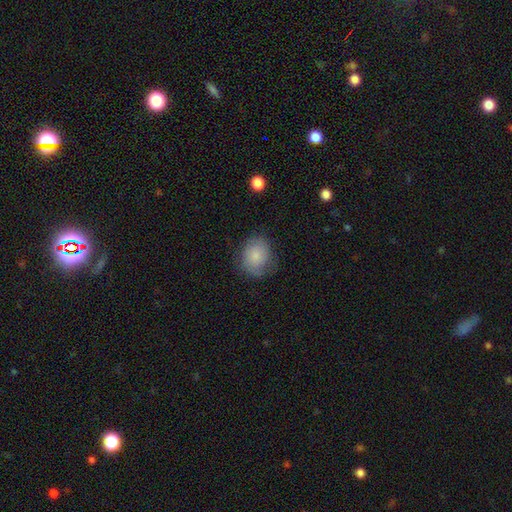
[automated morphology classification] smooth_or_featured: smooth (p=0.76) [alt: featured or disk p=0.17]
how_rounded: round (p=0.59) [alt: in between p=0.40]
merging: none (p=0.69) [alt: minor disturbance p=0.22]